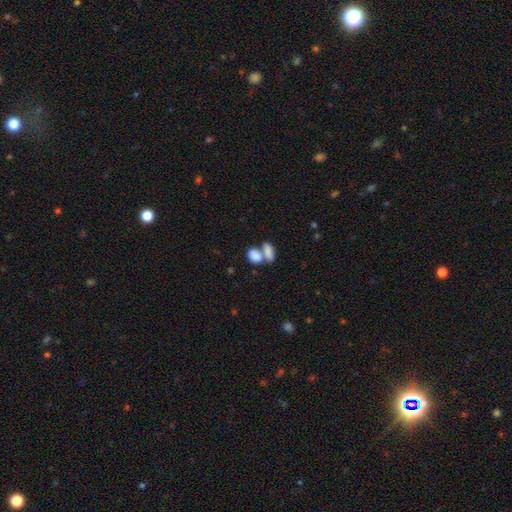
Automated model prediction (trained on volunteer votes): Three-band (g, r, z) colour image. It shows a smooth galaxy with no disk features (82%) that is in between round and cigar-shaped (86%). Merging: merger (60%).